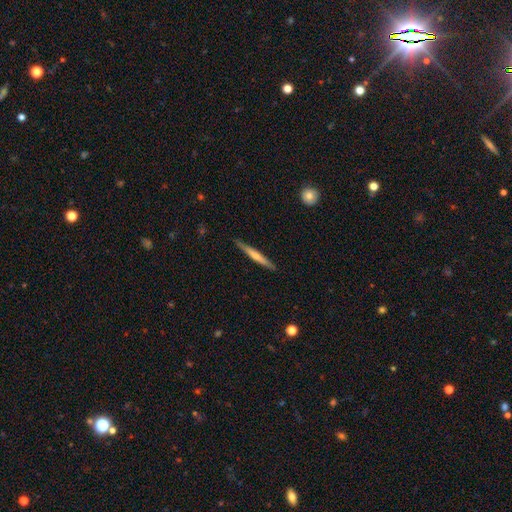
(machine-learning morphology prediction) This is possibly a featured or disk galaxy (51%). It is clearly viewed edge-on (96%). Merging: clearly none (88%).